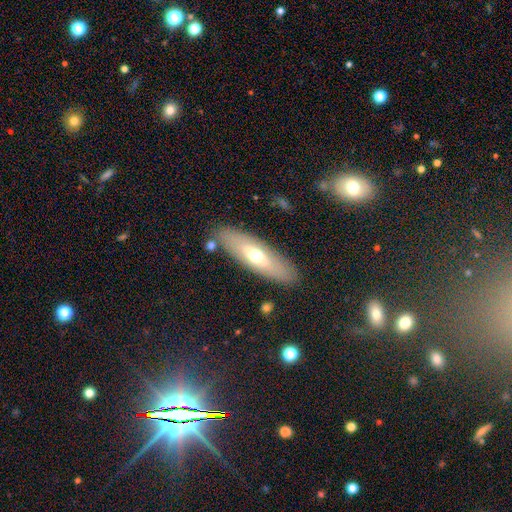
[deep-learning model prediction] This appears to be a smooth galaxy with no disk features (53%) that is cigar-shaped (49%). Merging: none (85%).